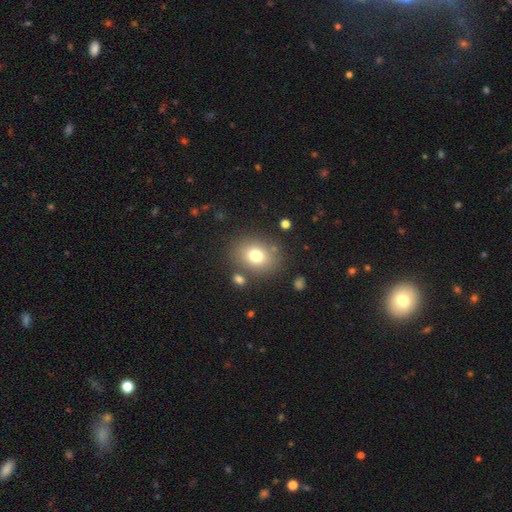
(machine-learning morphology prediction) type=smooth (75%); roundness=round (58%); merging=none (79%).